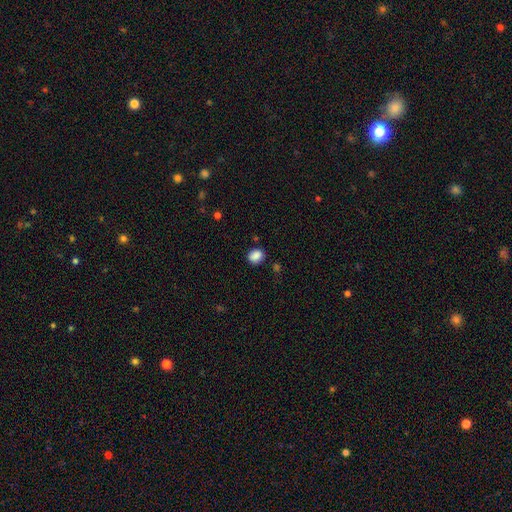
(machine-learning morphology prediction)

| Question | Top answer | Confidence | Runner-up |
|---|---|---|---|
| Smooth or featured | smooth | 88% | star or artifact (9%) |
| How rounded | in between | 51% | round (48%) |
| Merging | none | 82% | minor disturbance (12%) |